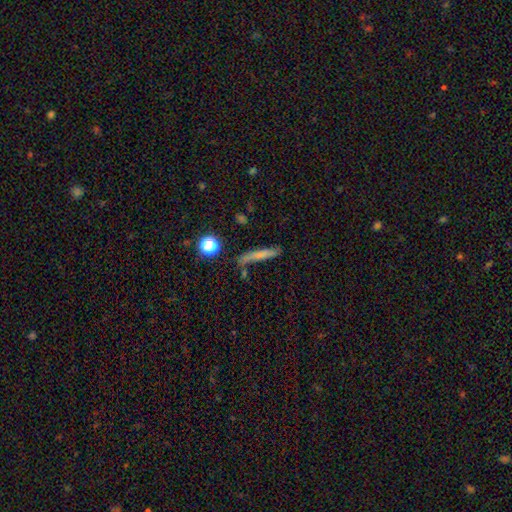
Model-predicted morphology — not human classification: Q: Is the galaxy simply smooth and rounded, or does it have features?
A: smooth — 66%.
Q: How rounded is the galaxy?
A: cigar-shaped — 90%.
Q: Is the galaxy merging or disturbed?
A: none — 76%.